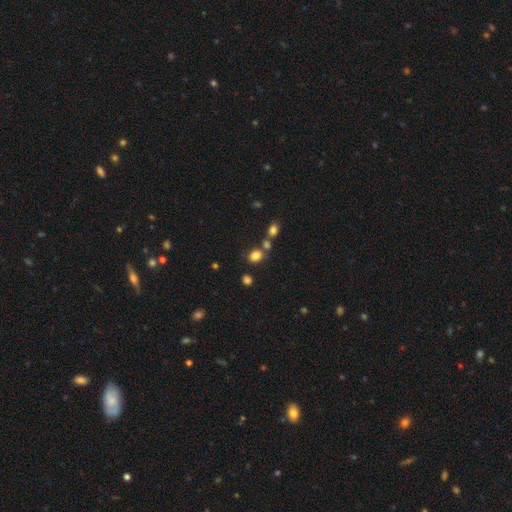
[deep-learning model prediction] This appears to be a smooth galaxy with no disk features (80%) that is in between round and cigar-shaped (54%). Merging: none (61%).